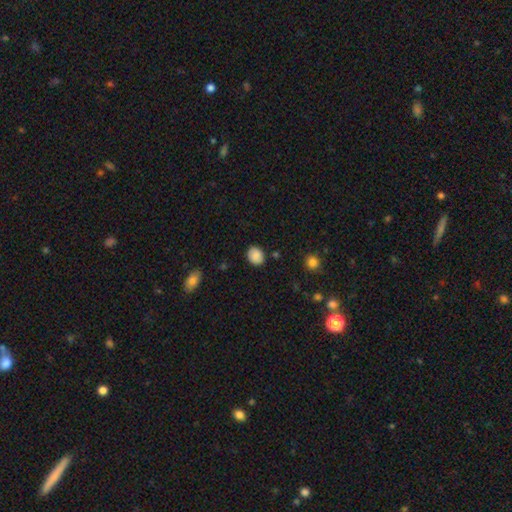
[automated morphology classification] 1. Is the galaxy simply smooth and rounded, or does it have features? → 88% smooth, 8% star or artifact, 4% featured or disk.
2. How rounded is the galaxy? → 63% round, 36% in between, 1% cigar-shaped.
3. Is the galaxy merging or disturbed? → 86% none, 10% minor disturbance, 2% major disturbance, 2% merger.